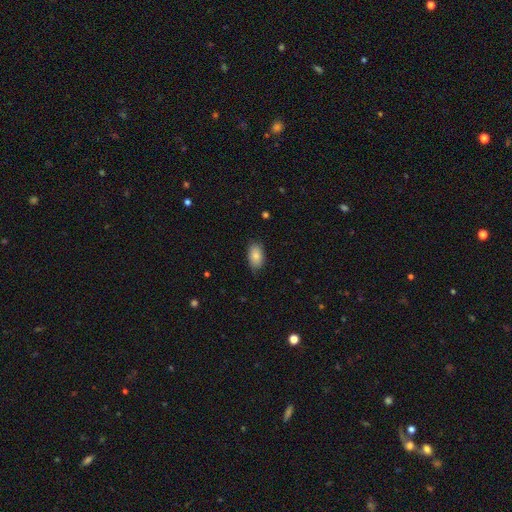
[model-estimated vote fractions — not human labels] Smooth or featured? smooth (83%)
How rounded? in between (93%)
Merging? none (79%)